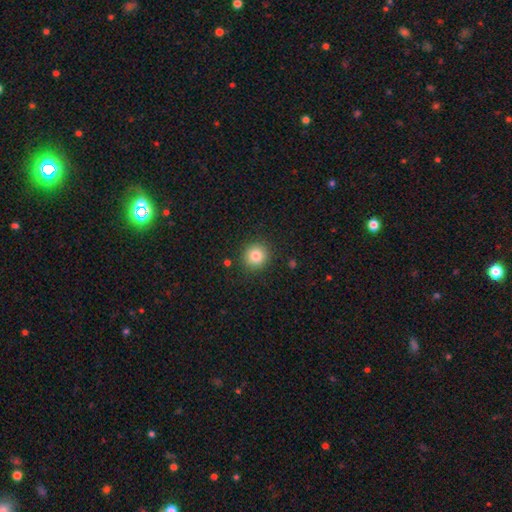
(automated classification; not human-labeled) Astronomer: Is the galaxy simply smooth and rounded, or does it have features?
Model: smooth — 83%.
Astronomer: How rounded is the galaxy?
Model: round — 92%.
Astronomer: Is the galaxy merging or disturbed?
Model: none — 90%.